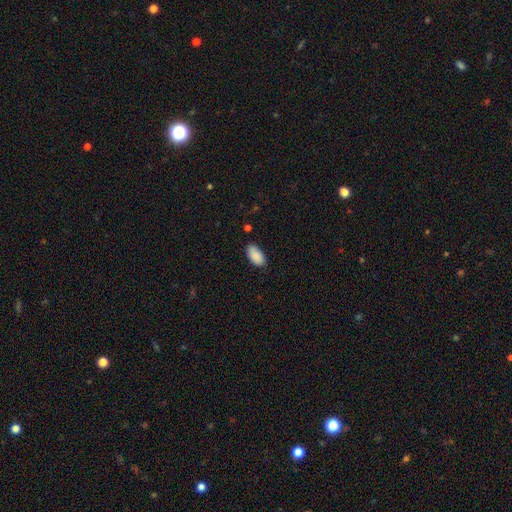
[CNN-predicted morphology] smooth 89%, star or artifact 7%, featured or disk 4%. Down the decision tree: how rounded — in between (95%); merging — none (80%).